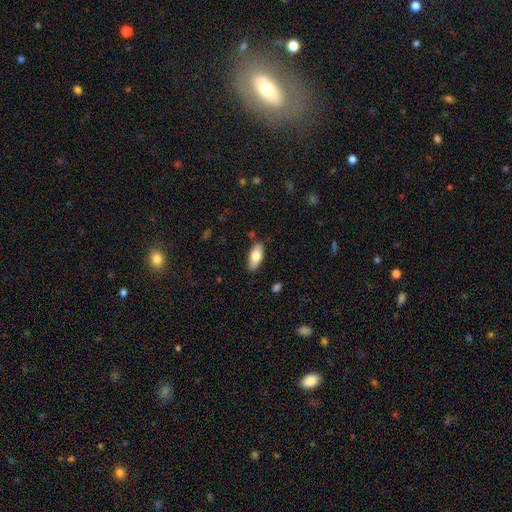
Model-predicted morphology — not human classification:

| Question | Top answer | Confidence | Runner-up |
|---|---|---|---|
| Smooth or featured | smooth | 74% | featured or disk (19%) |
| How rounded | in between | 85% | cigar-shaped (12%) |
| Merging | none | 83% | minor disturbance (13%) |